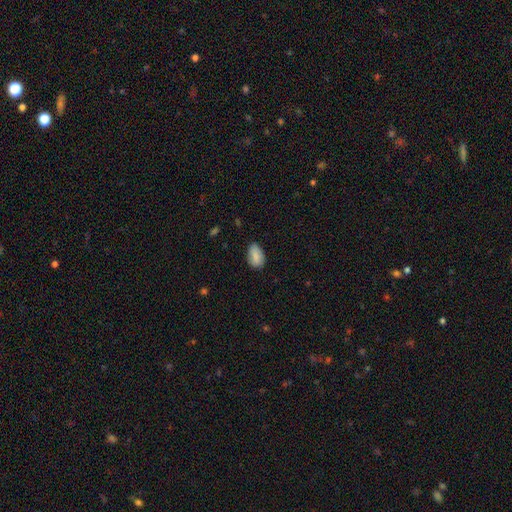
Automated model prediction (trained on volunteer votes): Morphology: type=smooth (84%); roundness=in between (90%); merging=none (76%).